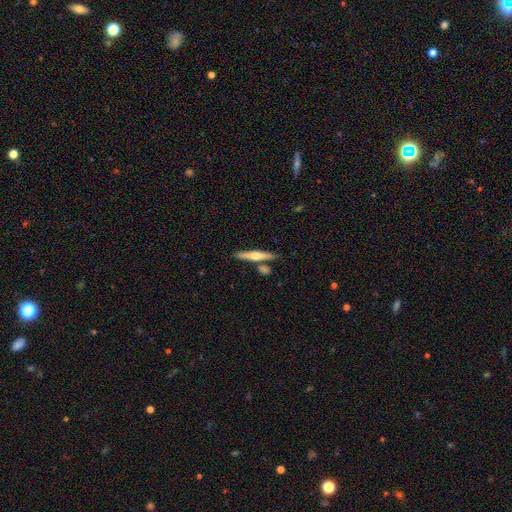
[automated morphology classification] type=featured or disk (60%); edge-on=yes (97%); edge-on bulge=rounded (87%); merging=none (78%).